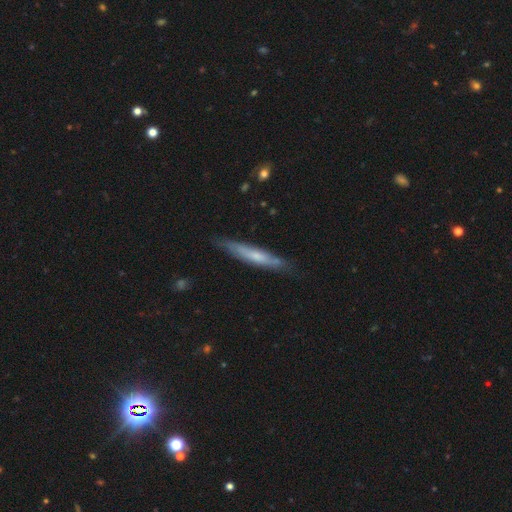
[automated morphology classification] smooth 48%, featured or disk 46%, star or artifact 6%. Down the decision tree: merging — none (79%).